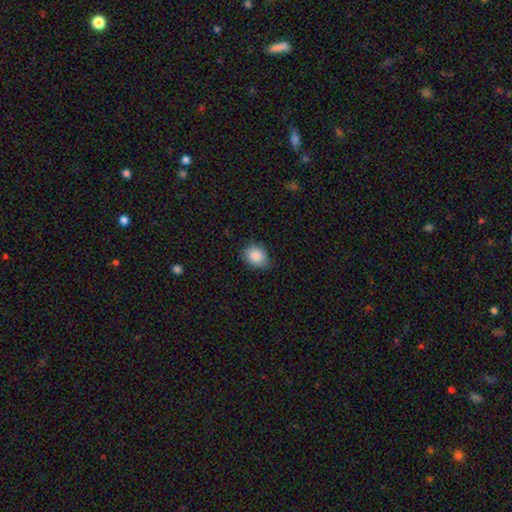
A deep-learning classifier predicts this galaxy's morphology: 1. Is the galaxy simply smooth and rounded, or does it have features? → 88% smooth, 8% star or artifact, 4% featured or disk.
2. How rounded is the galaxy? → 51% in between, 48% round, 1% cigar-shaped.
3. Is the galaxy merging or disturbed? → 79% none, 17% minor disturbance, 3% major disturbance, 1% merger.